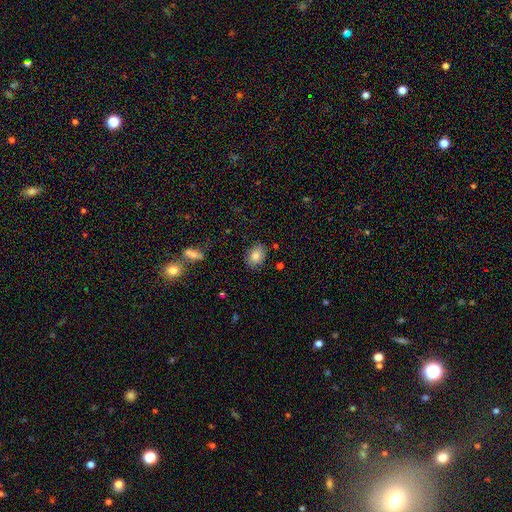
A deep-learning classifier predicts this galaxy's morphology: smooth_or_featured: smooth (p=0.83) [alt: featured or disk p=0.09]
how_rounded: in between (p=0.70) [alt: round p=0.29]
merging: none (p=0.83) [alt: minor disturbance p=0.12]